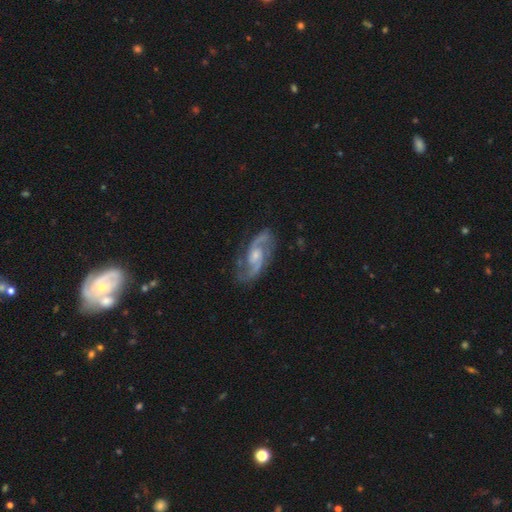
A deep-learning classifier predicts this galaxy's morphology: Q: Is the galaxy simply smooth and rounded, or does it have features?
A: featured or disk — 89%.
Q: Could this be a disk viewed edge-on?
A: no — 96%.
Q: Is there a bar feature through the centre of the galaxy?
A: no — 48%.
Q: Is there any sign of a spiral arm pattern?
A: yes — 97%.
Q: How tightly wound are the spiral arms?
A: medium — 57%.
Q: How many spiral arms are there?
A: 2 — 92%.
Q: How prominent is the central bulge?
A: moderate — 45%.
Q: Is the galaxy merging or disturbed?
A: none — 78%.